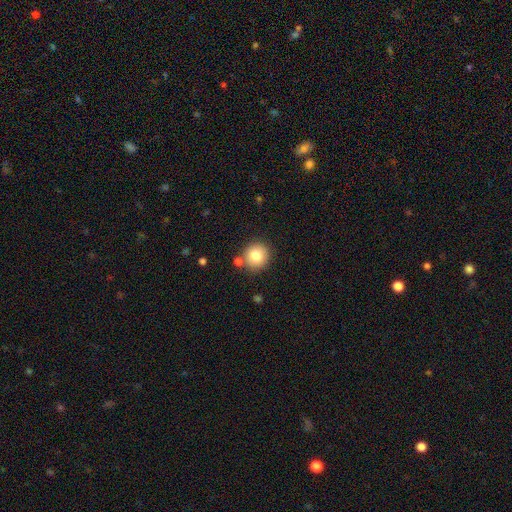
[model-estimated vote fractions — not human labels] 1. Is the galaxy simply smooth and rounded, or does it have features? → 81% smooth, 10% star or artifact, 9% featured or disk.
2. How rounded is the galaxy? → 91% round, 8% in between, 1% cigar-shaped.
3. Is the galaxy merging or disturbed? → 81% none, 9% minor disturbance, 8% merger, 3% major disturbance.